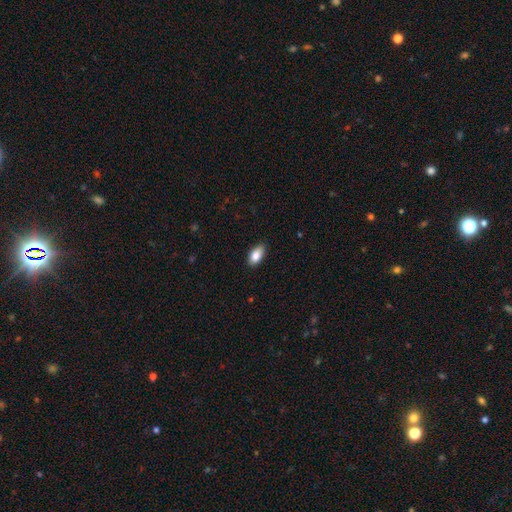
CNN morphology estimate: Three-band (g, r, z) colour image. It shows a smooth galaxy with no disk features (85%) that is in between round and cigar-shaped (91%). Merging: none (84%).